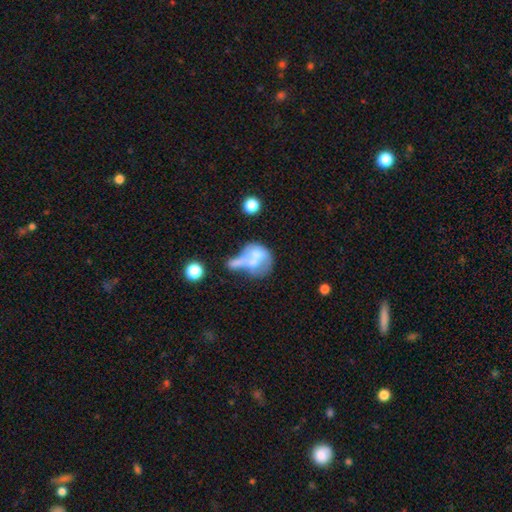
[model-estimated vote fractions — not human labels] featured or disk 45%, smooth 44%, star or artifact 11%. Down the decision tree: merging — merger (50%).